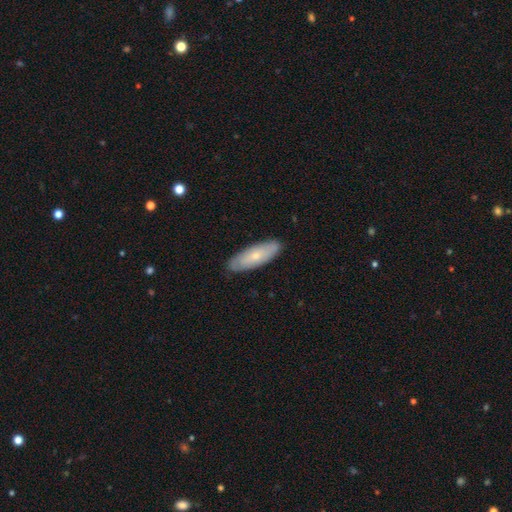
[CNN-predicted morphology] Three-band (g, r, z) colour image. It shows a smooth galaxy with no disk features (59%) that is in between round and cigar-shaped (57%). Merging: none (85%).